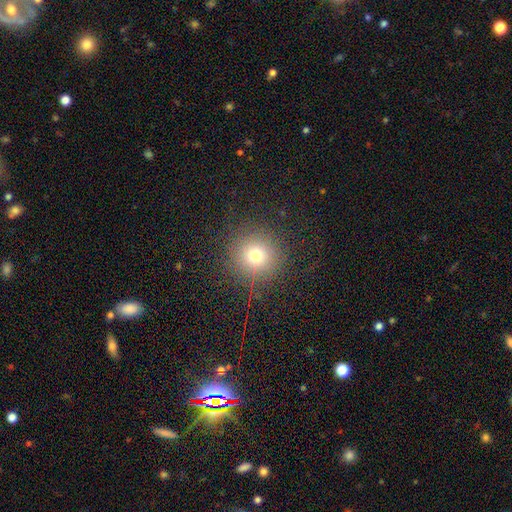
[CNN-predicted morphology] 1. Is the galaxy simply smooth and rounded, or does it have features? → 73% smooth, 18% star or artifact, 9% featured or disk.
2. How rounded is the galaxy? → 95% round, 4% in between, 1% cigar-shaped.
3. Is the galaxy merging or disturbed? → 87% none, 7% minor disturbance, 4% major disturbance, 1% merger.